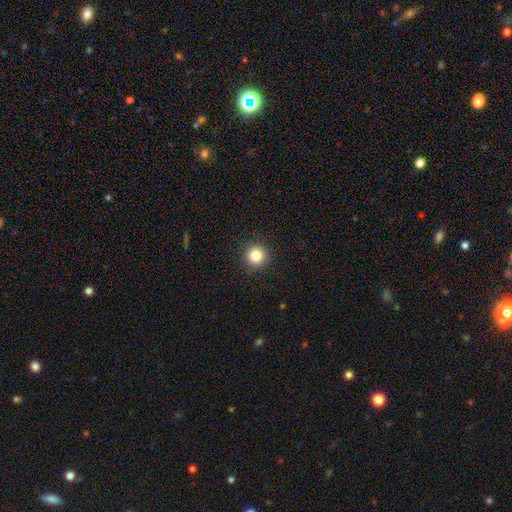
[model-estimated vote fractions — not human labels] Smooth or featured? Predicted: smooth (p=0.83). How rounded? Predicted: round (p=0.95). Merging? Predicted: none (p=0.92).